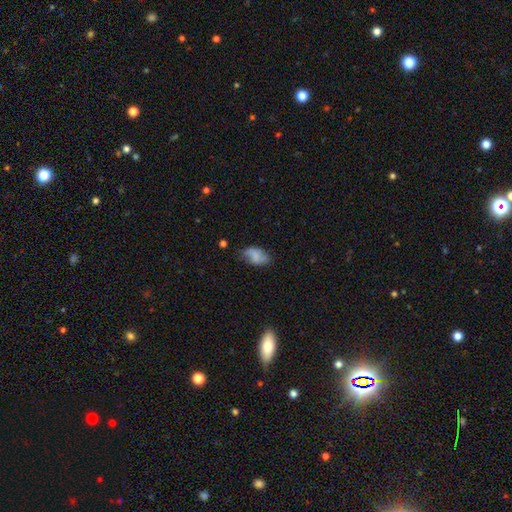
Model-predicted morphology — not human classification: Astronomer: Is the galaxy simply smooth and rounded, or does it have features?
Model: smooth — 66%.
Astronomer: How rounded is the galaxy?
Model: in between — 90%.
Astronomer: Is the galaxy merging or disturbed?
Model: none — 56%.